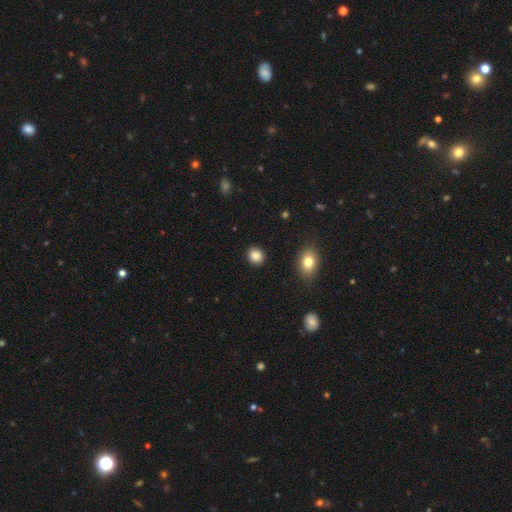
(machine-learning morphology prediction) smooth-or-featured: smooth: 86% | star or artifact: 10% | featured or disk: 4%
  how-rounded: round: 73% | in between: 26% | cigar-shaped: 1%
  merging: none: 90% | minor disturbance: 6% | major disturbance: 2% | merger: 1%